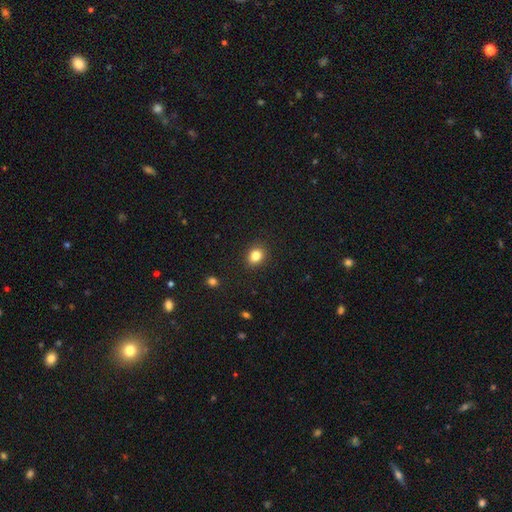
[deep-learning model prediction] The model was most divided on "how rounded": round: 52%, in between: 47%, cigar-shaped: 1%. More confident: merging — none (89%); smooth or featured — smooth (84%).